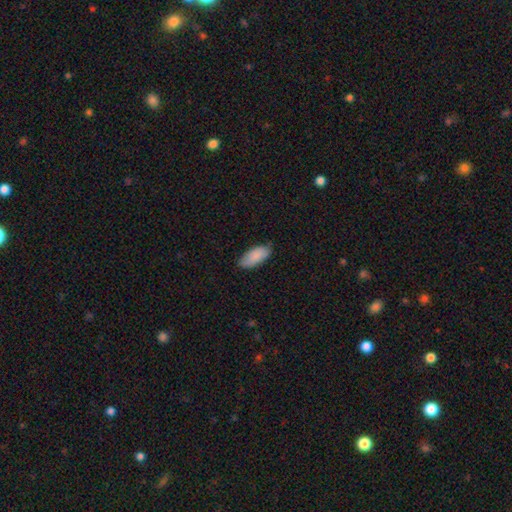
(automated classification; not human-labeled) smooth 88%, featured or disk 6%, star or artifact 6%. Down the decision tree: how rounded — in between (90%); merging — none (79%).